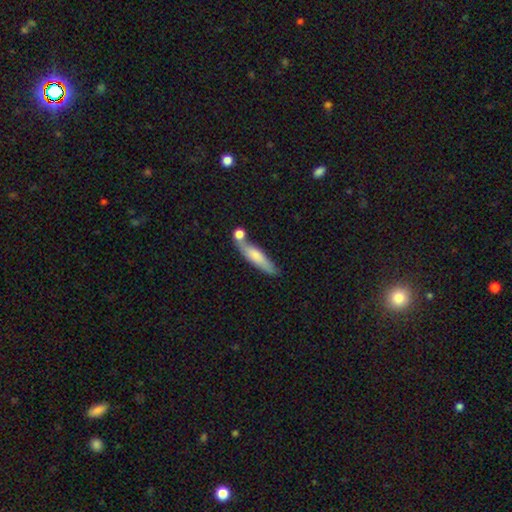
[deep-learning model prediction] A smooth galaxy with no disk features (67%) that is cigar-shaped (77%). Merging: none (51%).